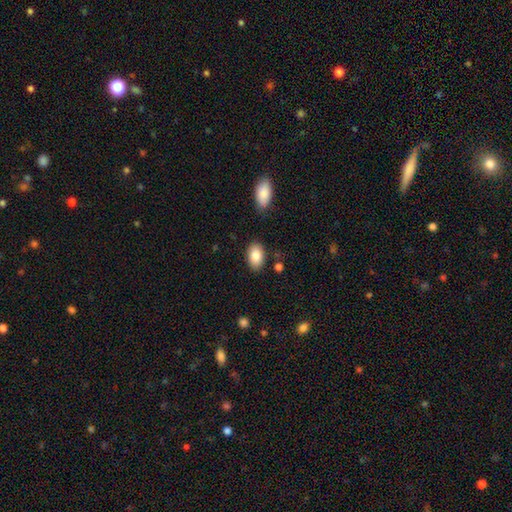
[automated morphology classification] This is clearly a smooth galaxy (85%). How rounded: clearly in between (92%). Merging: clearly none (84%).